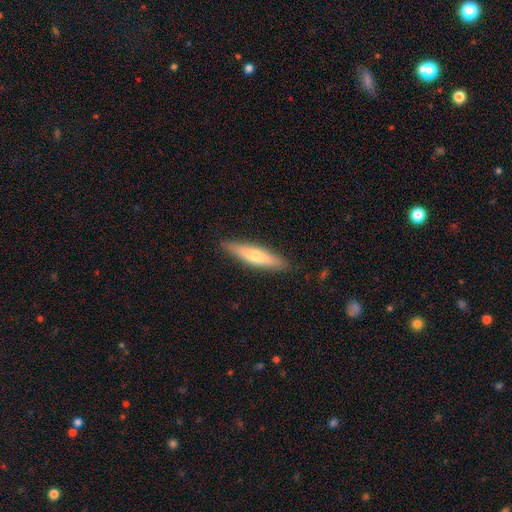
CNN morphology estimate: Smooth or featured? smooth (58%)
How rounded? cigar-shaped (82%)
Merging? none (88%)